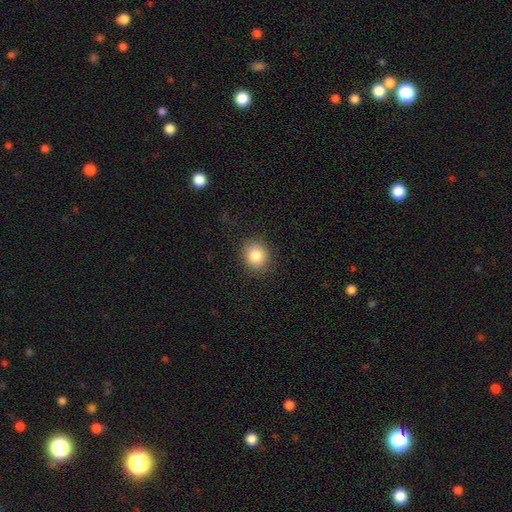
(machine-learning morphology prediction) Overall: smooth (84%). How rounded: round (78%). Merging: none (88%).